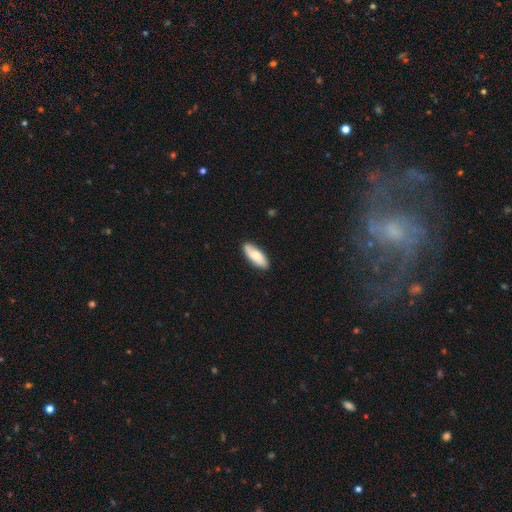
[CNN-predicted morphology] type=smooth (72%); roundness=in between (71%); merging=none (88%).